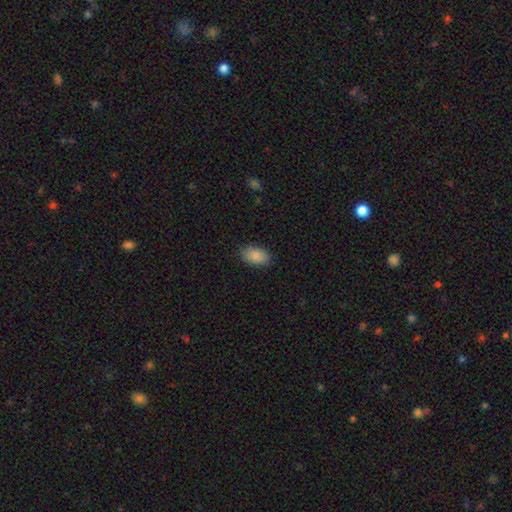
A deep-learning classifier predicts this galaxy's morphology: type=smooth (87%); roundness=in between (92%); merging=none (87%).